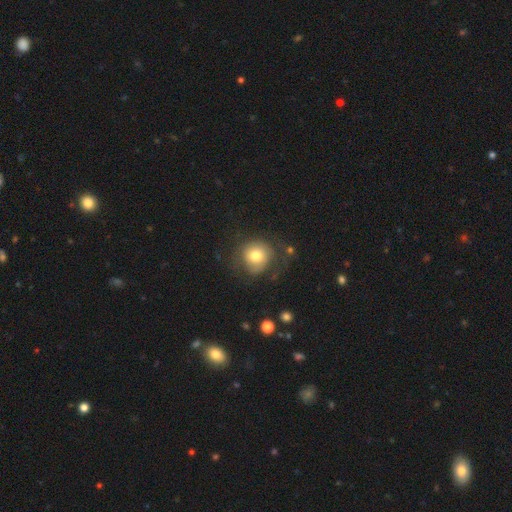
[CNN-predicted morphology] Q: Smooth or featured?
A: smooth (73%); runner-up: featured or disk (17%)
Q: How rounded?
A: round (87%); runner-up: in between (12%)
Q: Merging?
A: none (63%); runner-up: minor disturbance (20%)